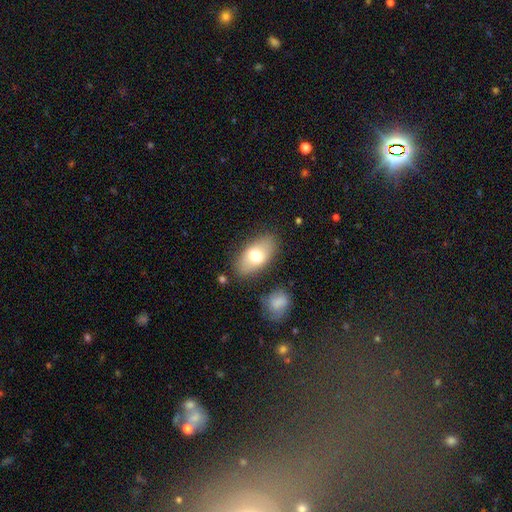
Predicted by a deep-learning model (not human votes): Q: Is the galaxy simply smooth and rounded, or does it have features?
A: smooth — 71%.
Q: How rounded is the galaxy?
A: in between — 92%.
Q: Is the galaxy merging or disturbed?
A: none — 80%.